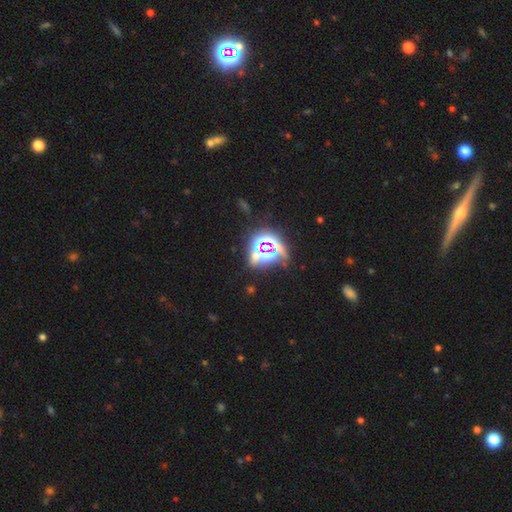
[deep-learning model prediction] star or artifact 73%, smooth 17%, featured or disk 9%.